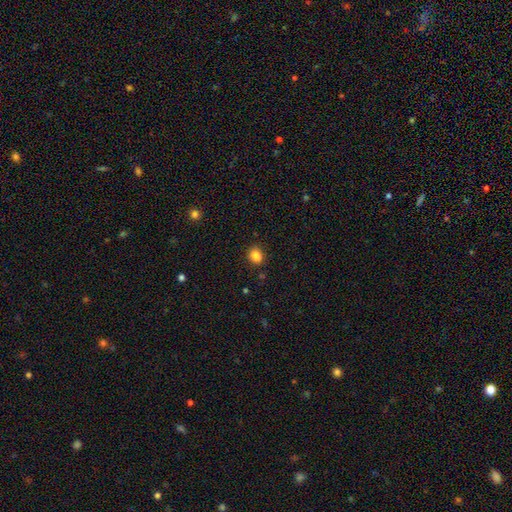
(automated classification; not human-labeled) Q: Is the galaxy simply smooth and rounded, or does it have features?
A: smooth — 85%.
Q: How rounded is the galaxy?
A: round — 54%.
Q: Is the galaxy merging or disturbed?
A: none — 84%.